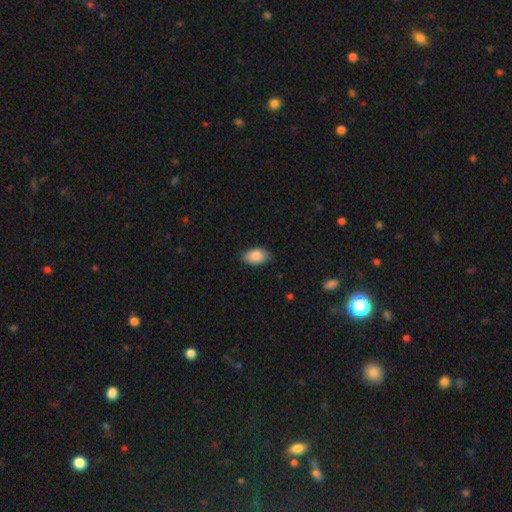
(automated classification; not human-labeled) This is clearly a smooth galaxy (88%). How rounded: clearly in between (92%). Merging: clearly none (82%).